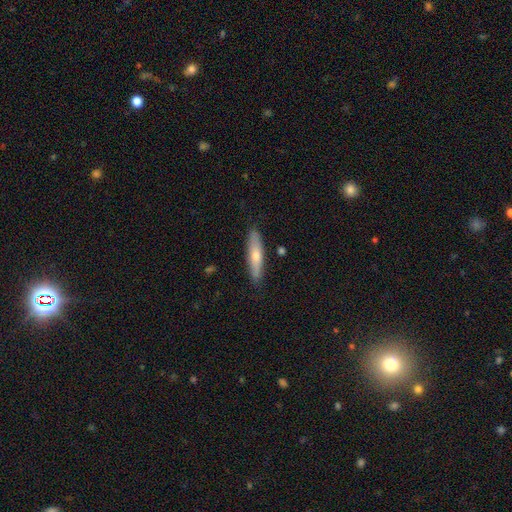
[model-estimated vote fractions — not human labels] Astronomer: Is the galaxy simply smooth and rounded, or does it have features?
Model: smooth — 59% (runner-up: featured or disk, 36%).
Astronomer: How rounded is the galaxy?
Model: cigar-shaped — 77%.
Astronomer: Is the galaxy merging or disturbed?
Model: none — 86%.